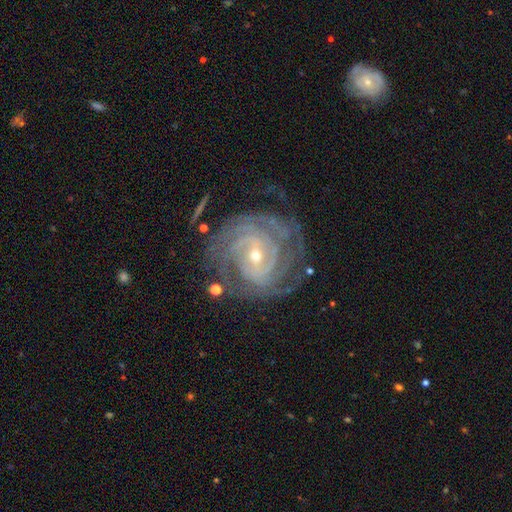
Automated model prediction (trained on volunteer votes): Smooth or featured: featured or disk — 90% (star or artifact — 6%)
Edge-on disk: no — 97% (yes — 3%)
Bar: weak — 45% (no — 33%)
Spiral arms: yes — 97% (no — 3%)
Spiral winding: tight — 75% (medium — 21%)
Spiral arm count: can't tell — 26% (4 — 22%)
Bulge size: small — 66% (moderate — 31%)
Merging: none — 72% (minor disturbance — 17%)